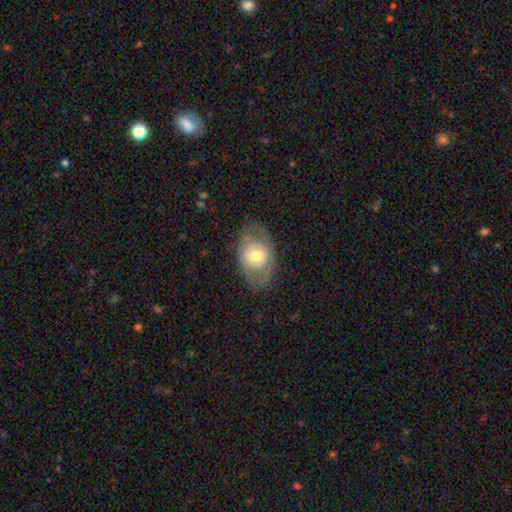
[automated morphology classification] smooth_or_featured: featured or disk (p=0.50) [alt: smooth p=0.44]
merging: none (p=0.68) [alt: minor disturbance p=0.20]